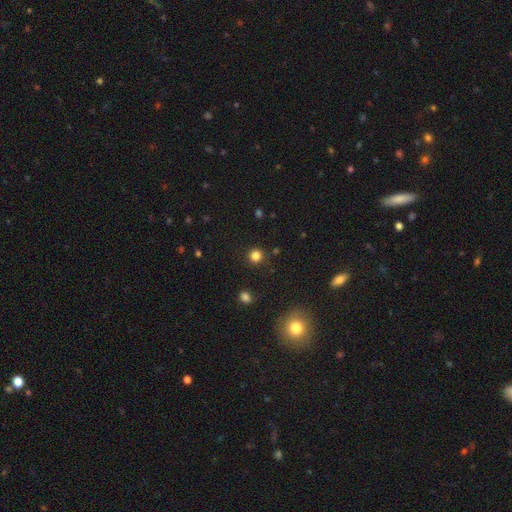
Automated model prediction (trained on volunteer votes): This appears to be a smooth galaxy with no disk features (82%) that is round (93%). Merging: none (89%).